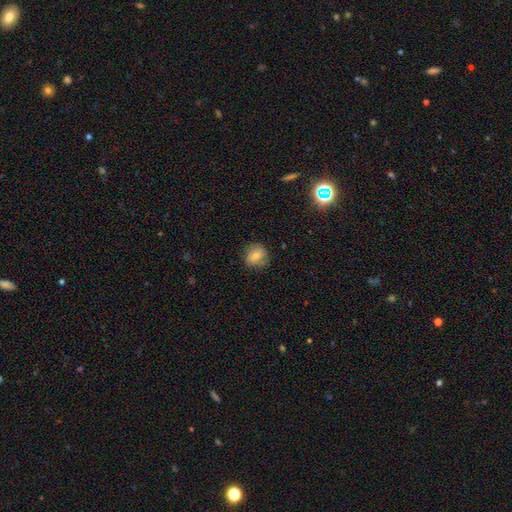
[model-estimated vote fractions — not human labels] smooth-or-featured: smooth: 67% | featured or disk: 22% | star or artifact: 10%
  how-rounded: round: 81% | in between: 18% | cigar-shaped: 1%
  merging: none: 76% | minor disturbance: 18% | major disturbance: 5% | merger: 1%